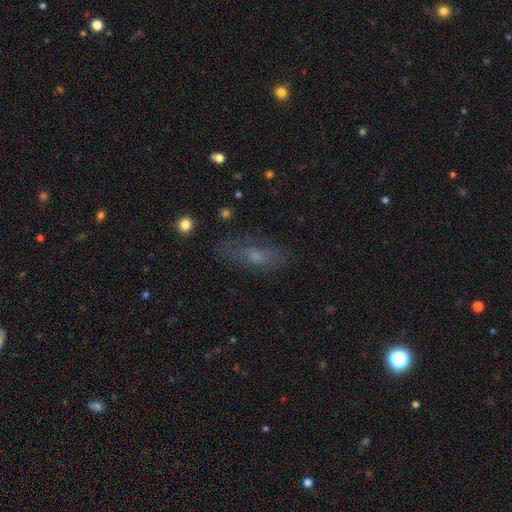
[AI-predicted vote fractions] A smooth galaxy with no disk features (44%).

Vote fractions:
- Smooth or featured? smooth: 44% / featured or disk: 36% / star or artifact: 20%
- Merging? none: 77% / minor disturbance: 15% / major disturbance: 6% / merger: 2%